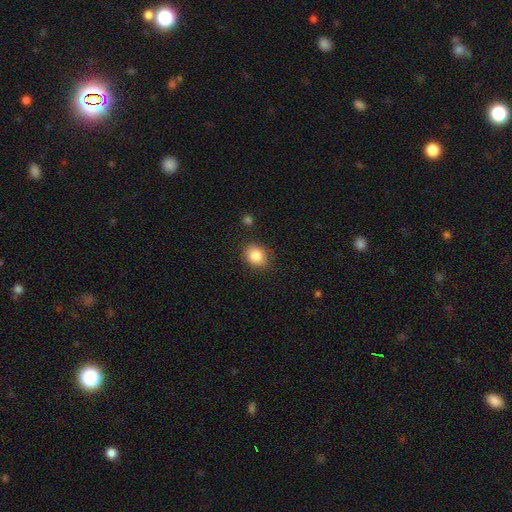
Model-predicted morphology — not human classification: A smooth galaxy with no disk features (86%) that is round (57%).

Vote fractions:
- Smooth or featured? smooth: 86% / star or artifact: 9% / featured or disk: 5%
- How rounded? round: 57% / in between: 42% / cigar-shaped: 1%
- Merging? none: 86% / minor disturbance: 9% / major disturbance: 3% / merger: 2%